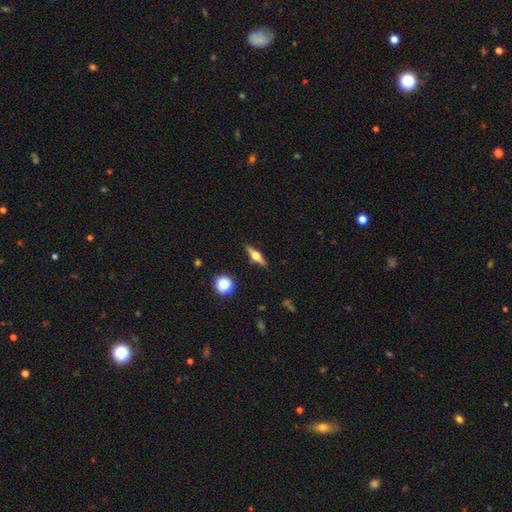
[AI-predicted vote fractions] Overall: featured or disk (64%; smooth 28%). Edge-on disk: yes (96%). Edge-on bulge: rounded (94%). Merging: none (89%).